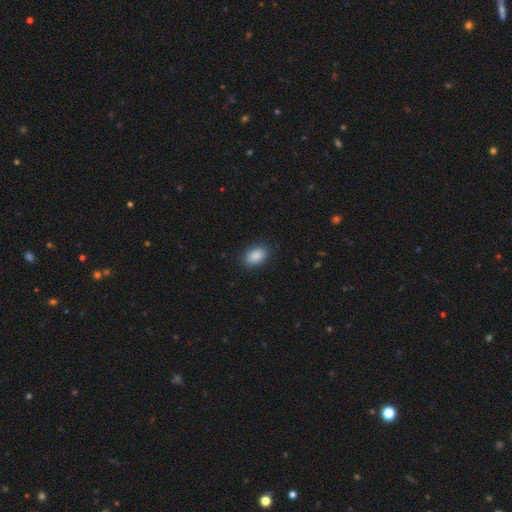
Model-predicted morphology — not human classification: A smooth galaxy with no disk features (89%) that is in between round and cigar-shaped (87%). Merging: none (86%).